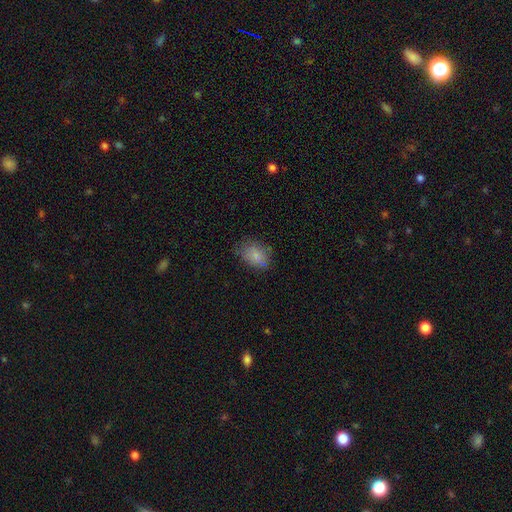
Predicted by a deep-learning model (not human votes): Smooth or featured? smooth (76%)
How rounded? in between (73%)
Merging? none (65%)